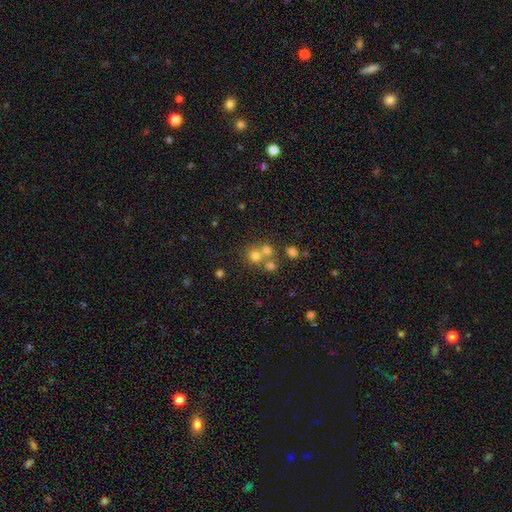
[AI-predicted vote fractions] Q: Smooth or featured?
A: smooth (68%); runner-up: star or artifact (18%)
Q: How rounded?
A: round (88%); runner-up: in between (11%)
Q: Merging?
A: none (50%); runner-up: merger (40%)